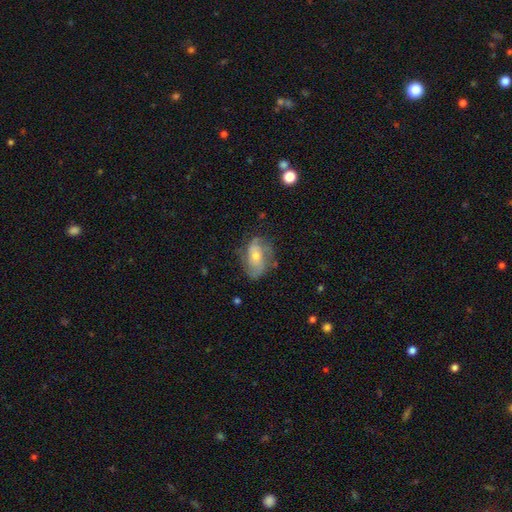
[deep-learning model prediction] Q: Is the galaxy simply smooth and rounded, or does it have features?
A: featured or disk — 62%.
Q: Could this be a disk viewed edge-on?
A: no — 95%.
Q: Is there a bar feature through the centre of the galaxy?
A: no — 70%.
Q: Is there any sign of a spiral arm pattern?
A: yes — 80%.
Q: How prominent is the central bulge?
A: small — 48%.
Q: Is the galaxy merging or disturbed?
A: none — 61%.